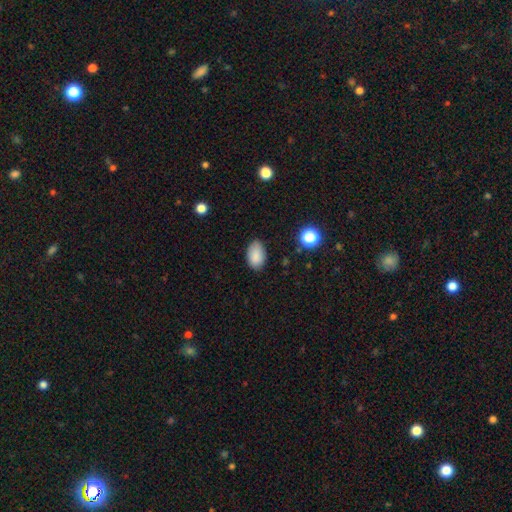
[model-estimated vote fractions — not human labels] A smooth galaxy with no disk features (87%) that is in between round and cigar-shaped (91%). Merging: none (82%).